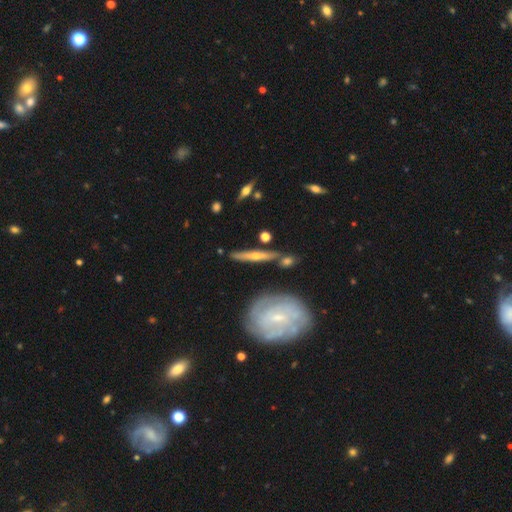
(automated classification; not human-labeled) Morphology: type=featured or disk (65%); edge-on=yes (88%); edge-on bulge=rounded (85%); merging=none (81%).